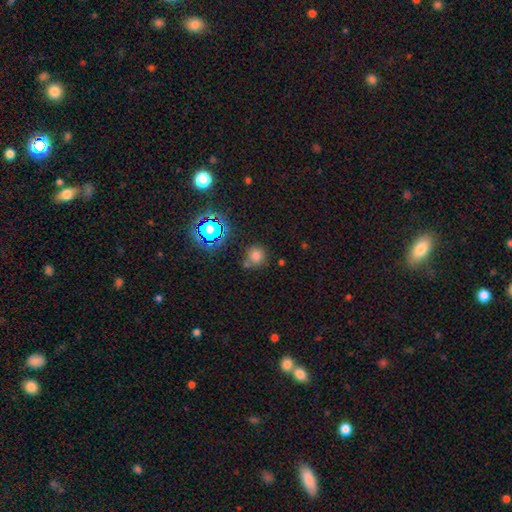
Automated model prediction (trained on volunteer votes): Morphology: type=smooth (71%); roundness=round (87%); merging=none (66%).